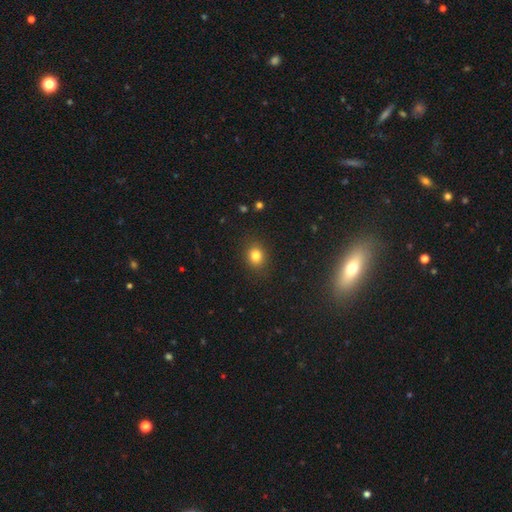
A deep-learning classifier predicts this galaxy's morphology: Overall: smooth (81%). How rounded: round (64%; in between 35%). Merging: none (88%).